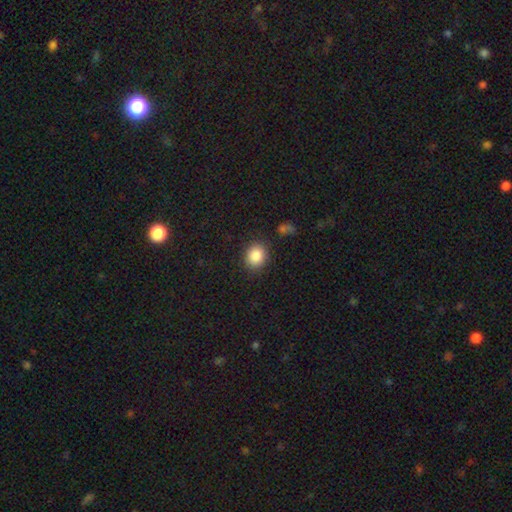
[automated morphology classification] This is clearly a smooth galaxy (86%). How rounded: likely round (60%). Merging: clearly none (86%).